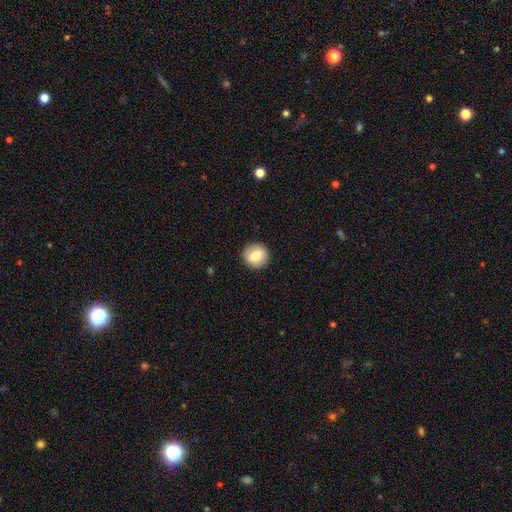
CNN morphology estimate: Smooth or featured?
  - smooth: 79% *
  - featured or disk: 14%
  - star or artifact: 7%
How rounded?
  - round: 92% *
  - in between: 7%
  - cigar-shaped: 1%
Merging?
  - none: 90% *
  - minor disturbance: 7%
  - major disturbance: 2%
  - merger: 1%